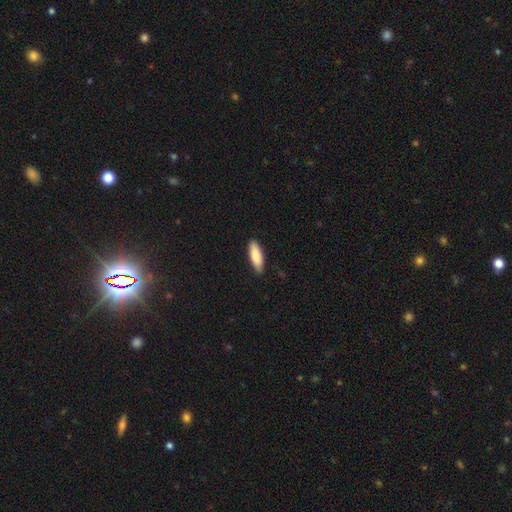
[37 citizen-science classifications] Smooth or featured?
  - smooth: 89% *
  - featured or disk: 8%
  - star or artifact: 3%
How rounded?
  - cigar-shaped: 67% *
  - in between: 33%
  - round: 0%
Merging?
  - none: 97% *
  - minor disturbance: 3%
  - major disturbance: 0%
  - merger: 0%